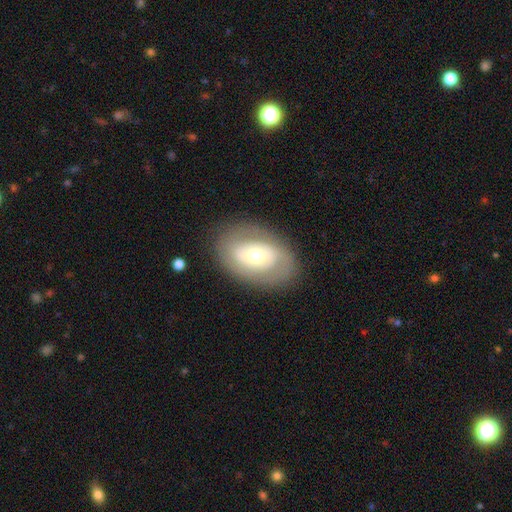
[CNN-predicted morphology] A featured or disk galaxy (55%) with no bar (68%), no spiral arms (63%) and a moderate central bulge (59%).

Vote fractions:
- Smooth or featured? featured or disk: 55% / smooth: 38% / star or artifact: 7%
- Edge-on disk? no: 93% / yes: 7%
- Bar? no: 68% / weak: 22% / strong: 10%
- Spiral arms? no: 63% / yes: 37%
- Bulge size? moderate: 59% / small: 31% / large: 7% / dominant: 1% / none: 1%
- Merging? none: 80% / minor disturbance: 12% / major disturbance: 6% / merger: 1%